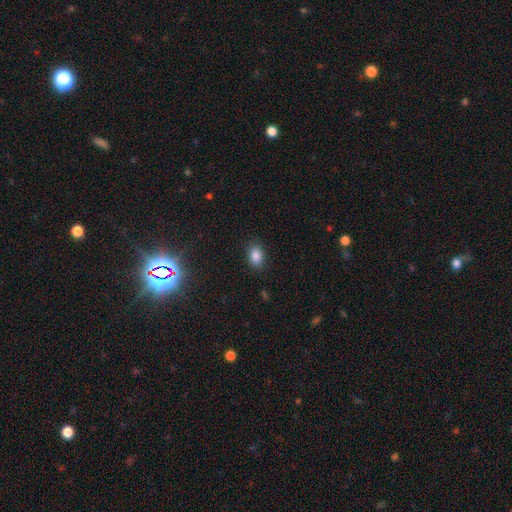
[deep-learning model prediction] smooth-or-featured: smooth: 85% | star or artifact: 10% | featured or disk: 5%
  how-rounded: in between: 75% | round: 24% | cigar-shaped: 1%
  merging: none: 87% | minor disturbance: 10% | major disturbance: 3% | merger: 1%